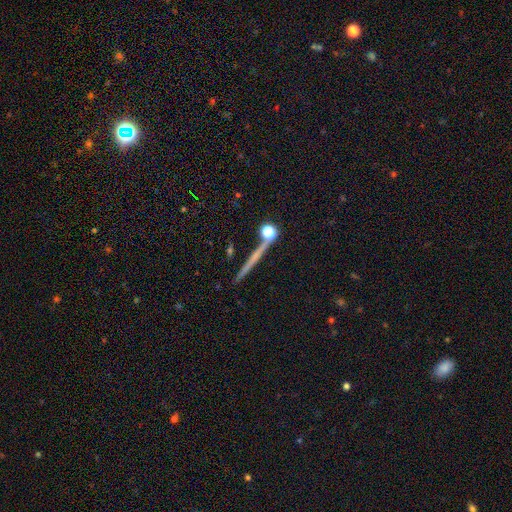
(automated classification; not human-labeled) Morphology: type=featured or disk (48%); merging=none (84%).